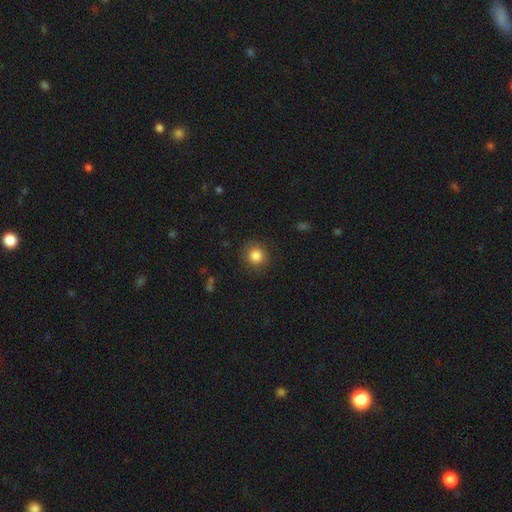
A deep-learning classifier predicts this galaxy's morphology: Smooth or featured? Predicted: smooth (p=0.85). How rounded? Predicted: round (p=0.89). Merging? Predicted: none (p=0.87).